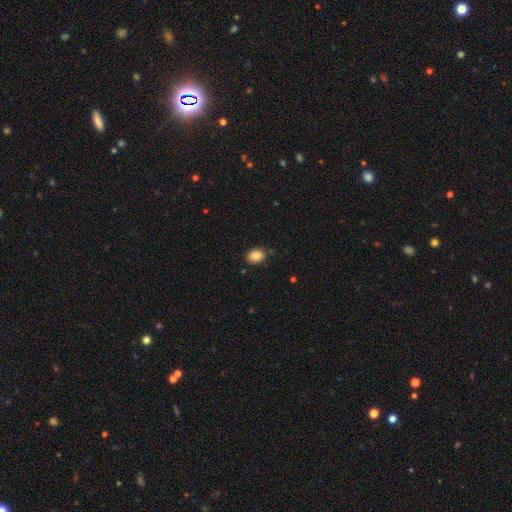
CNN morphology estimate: This appears to be a smooth galaxy with no disk features (85%) that is in between round and cigar-shaped (62%). Merging: none (85%).